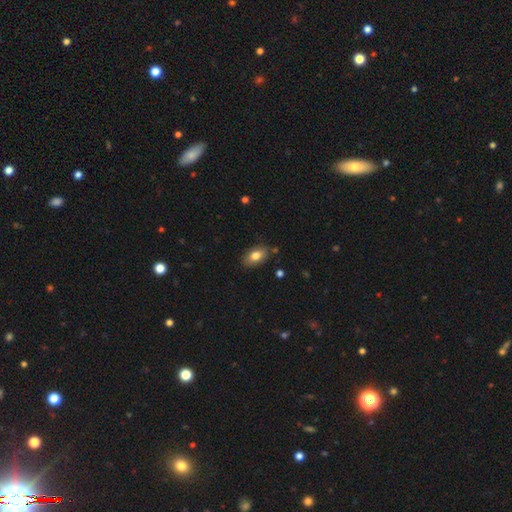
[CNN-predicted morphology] smooth_or_featured: smooth (p=0.79) [alt: featured or disk p=0.13]
how_rounded: in between (p=0.89) [alt: round p=0.08]
merging: none (p=0.81) [alt: minor disturbance p=0.14]